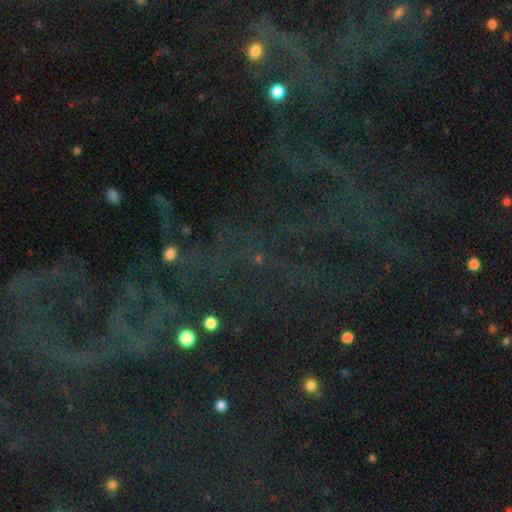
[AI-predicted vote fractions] Overall: star or artifact (76%).